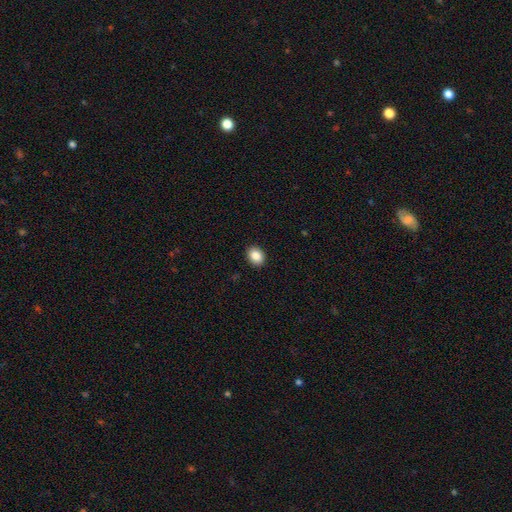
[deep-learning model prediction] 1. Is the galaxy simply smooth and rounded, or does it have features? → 87% smooth, 8% star or artifact, 5% featured or disk.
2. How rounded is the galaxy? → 54% in between, 45% round, 1% cigar-shaped.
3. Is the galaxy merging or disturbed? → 91% none, 6% minor disturbance, 2% major disturbance, 1% merger.